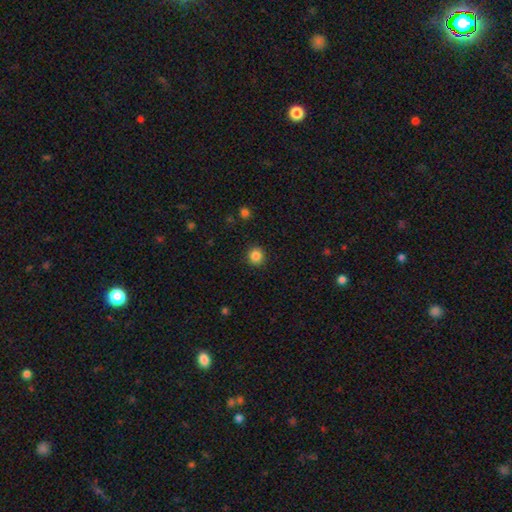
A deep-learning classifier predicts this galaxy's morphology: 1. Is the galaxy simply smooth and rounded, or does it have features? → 85% smooth, 11% star or artifact, 4% featured or disk.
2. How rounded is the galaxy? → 92% round, 7% in between, 1% cigar-shaped.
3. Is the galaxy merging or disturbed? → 92% none, 5% minor disturbance, 2% major disturbance, 1% merger.